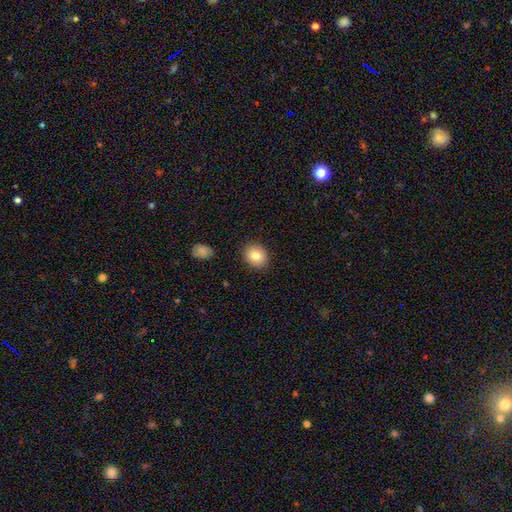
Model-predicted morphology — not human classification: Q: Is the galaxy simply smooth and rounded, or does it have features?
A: smooth — 82%.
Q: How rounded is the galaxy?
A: round — 68%.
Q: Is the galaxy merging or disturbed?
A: none — 89%.